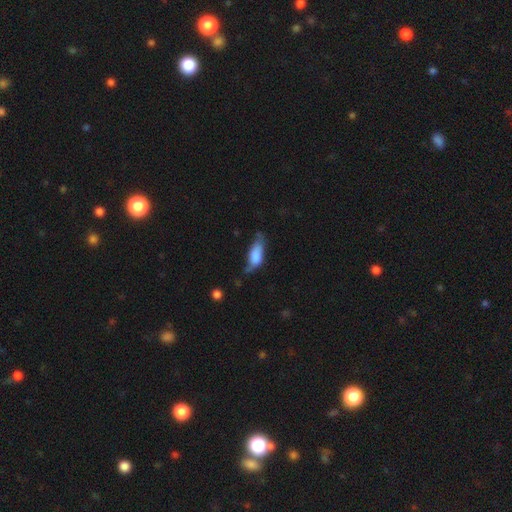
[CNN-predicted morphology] This is likely a smooth galaxy (72%). How rounded: likely in between (77%). Merging: marginally minor disturbance (41%).